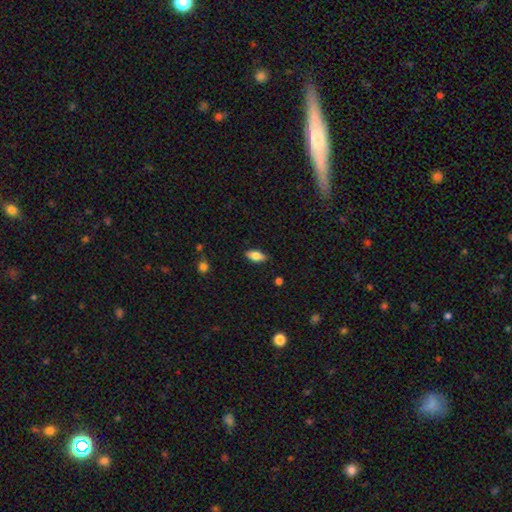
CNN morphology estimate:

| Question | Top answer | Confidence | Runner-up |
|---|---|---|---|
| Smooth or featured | smooth | 79% | featured or disk (14%) |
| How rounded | in between | 88% | cigar-shaped (9%) |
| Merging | none | 87% | minor disturbance (10%) |